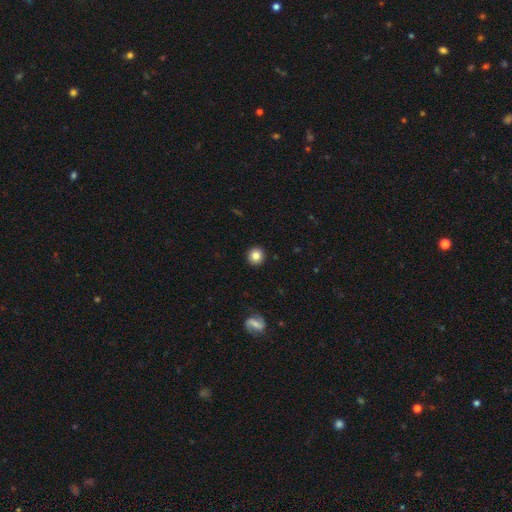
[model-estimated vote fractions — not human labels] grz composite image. It shows a smooth galaxy with no disk features (81%) that is round (93%). Merging: none (92%).